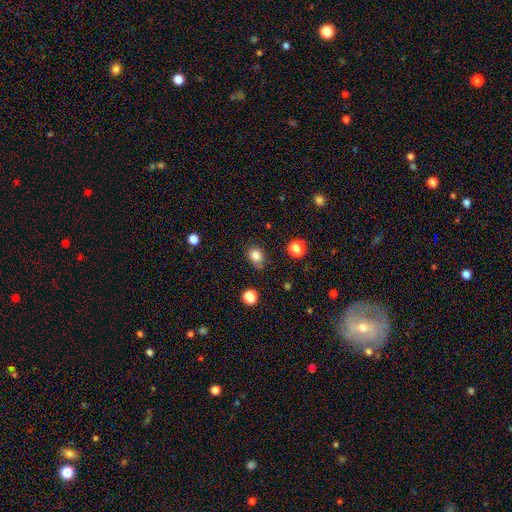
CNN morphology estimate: Smooth or featured?
  - smooth: 83% *
  - star or artifact: 12%
  - featured or disk: 5%
How rounded?
  - round: 60% *
  - in between: 39%
  - cigar-shaped: 1%
Merging?
  - none: 76% *
  - minor disturbance: 15%
  - merger: 5%
  - major disturbance: 4%